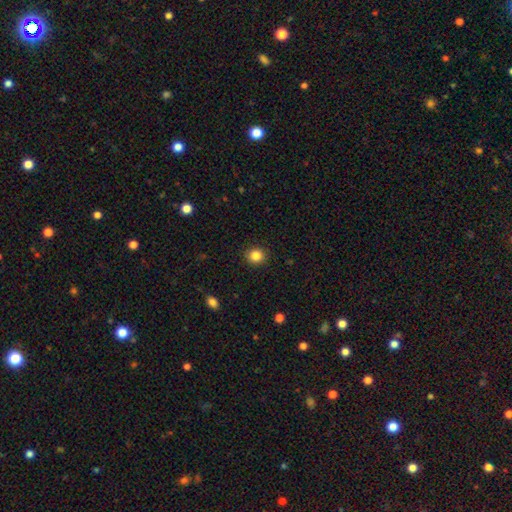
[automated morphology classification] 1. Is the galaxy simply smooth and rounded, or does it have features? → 85% smooth, 11% star or artifact, 4% featured or disk.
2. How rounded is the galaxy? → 86% round, 13% in between, 1% cigar-shaped.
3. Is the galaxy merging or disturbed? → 91% none, 6% minor disturbance, 2% major disturbance, 1% merger.